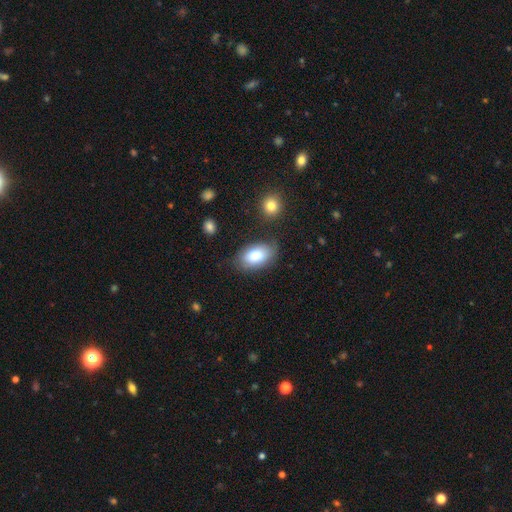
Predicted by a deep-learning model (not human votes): Smooth or featured?
  - smooth: 83% *
  - featured or disk: 10%
  - star or artifact: 6%
How rounded?
  - in between: 93% *
  - round: 5%
  - cigar-shaped: 2%
Merging?
  - none: 74% *
  - minor disturbance: 17%
  - major disturbance: 5%
  - merger: 4%